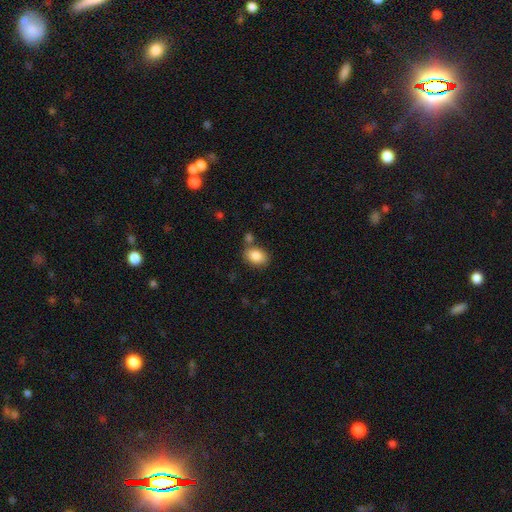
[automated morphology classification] Q: Smooth or featured?
A: smooth (86%); runner-up: star or artifact (8%)
Q: How rounded?
A: in between (76%); runner-up: round (23%)
Q: Merging?
A: none (70%); runner-up: minor disturbance (14%)